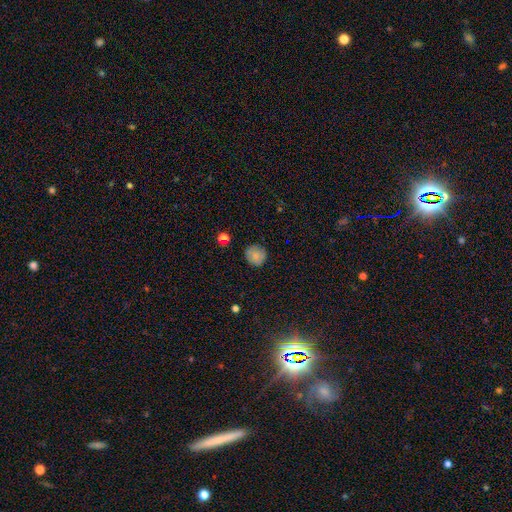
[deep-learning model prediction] Smooth or featured? Predicted: smooth (p=0.82). How rounded? Predicted: round (p=0.90). Merging? Predicted: none (p=0.84).